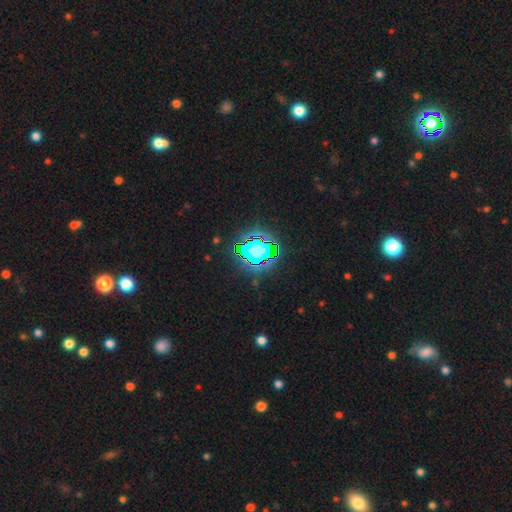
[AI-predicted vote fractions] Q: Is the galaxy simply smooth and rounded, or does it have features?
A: star or artifact — 81%.